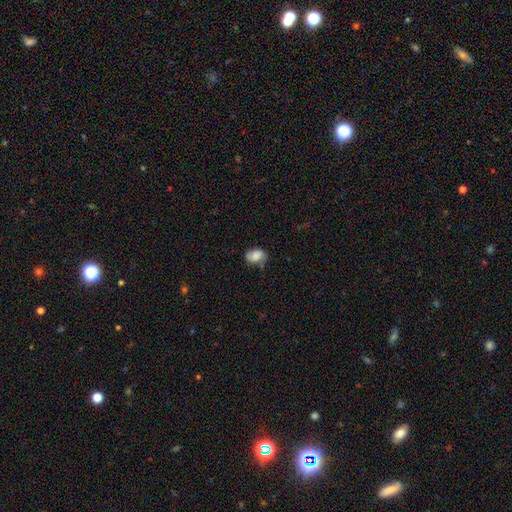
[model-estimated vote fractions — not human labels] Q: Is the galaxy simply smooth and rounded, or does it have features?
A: smooth — 74%.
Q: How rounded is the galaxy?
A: in between — 77%.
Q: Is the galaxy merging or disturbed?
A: none — 65%.